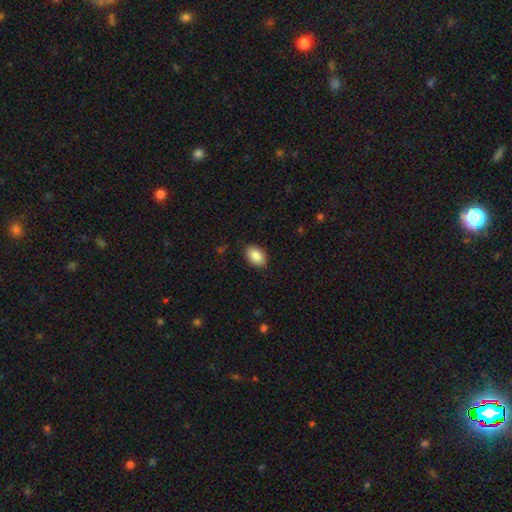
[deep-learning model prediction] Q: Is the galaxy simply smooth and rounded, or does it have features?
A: smooth — 87%.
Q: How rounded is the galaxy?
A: in between — 87%.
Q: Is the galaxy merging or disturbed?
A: none — 86%.